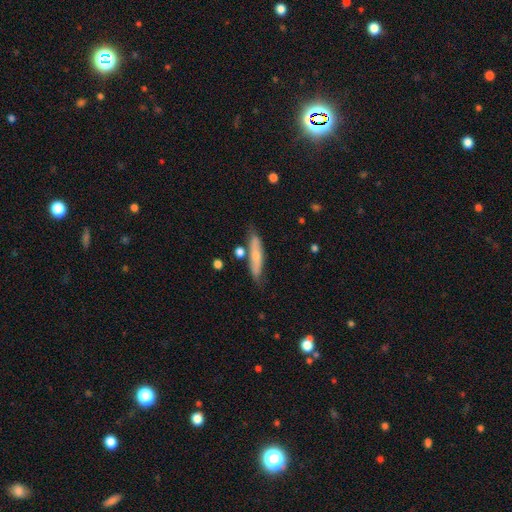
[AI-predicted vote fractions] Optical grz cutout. It shows a smooth galaxy with no disk features (56%) that is cigar-shaped (76%). Merging: none (71%).